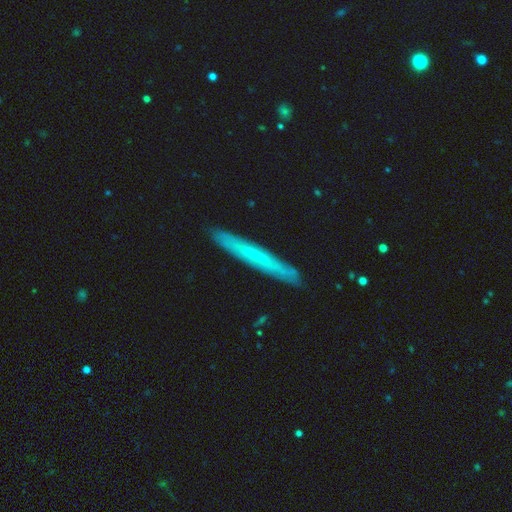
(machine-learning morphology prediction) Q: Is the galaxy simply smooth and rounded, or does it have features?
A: featured or disk — 52%.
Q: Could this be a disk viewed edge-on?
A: yes — 86%.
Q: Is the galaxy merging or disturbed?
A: none — 89%.